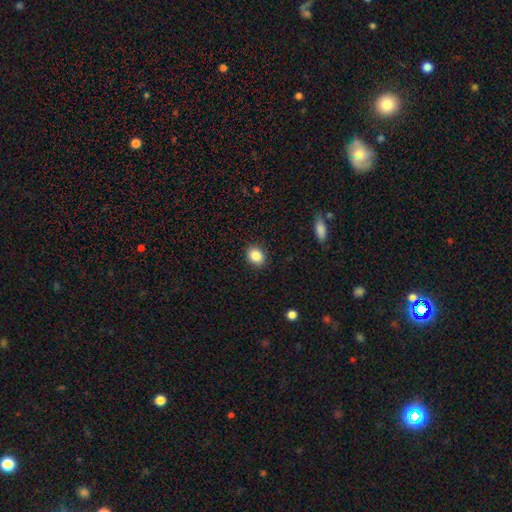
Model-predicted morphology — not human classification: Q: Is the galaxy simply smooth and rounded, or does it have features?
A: smooth — 85%.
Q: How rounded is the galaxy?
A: in between — 50%.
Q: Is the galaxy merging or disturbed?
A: none — 90%.